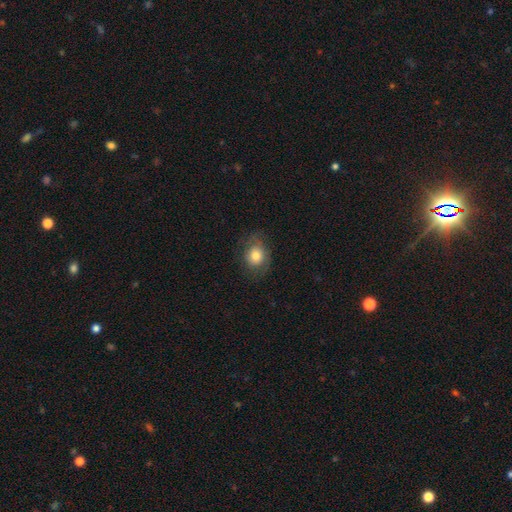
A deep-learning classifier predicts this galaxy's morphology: This is likely a smooth galaxy (76%). How rounded: possibly round (58%). Merging: likely none (68%).